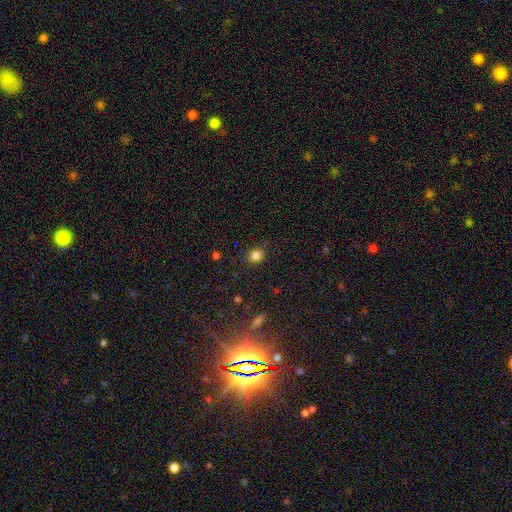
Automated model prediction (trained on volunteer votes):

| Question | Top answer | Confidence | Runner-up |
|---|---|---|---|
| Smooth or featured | smooth | 83% | star or artifact (13%) |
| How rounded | round | 82% | in between (17%) |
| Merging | none | 86% | minor disturbance (10%) |